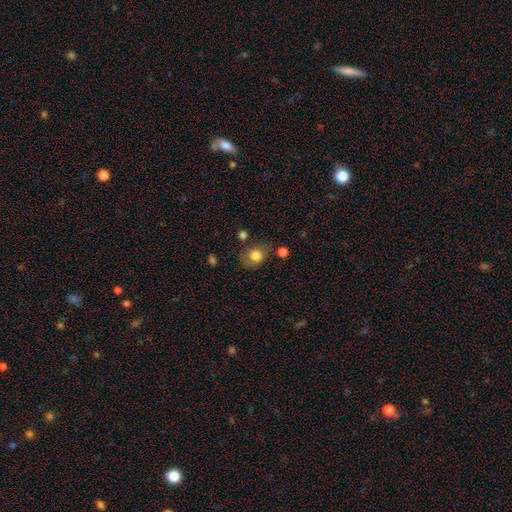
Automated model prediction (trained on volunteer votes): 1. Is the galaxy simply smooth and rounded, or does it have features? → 80% smooth, 11% featured or disk, 9% star or artifact.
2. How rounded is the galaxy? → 53% round, 46% in between, 1% cigar-shaped.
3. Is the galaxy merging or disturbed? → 66% none, 21% minor disturbance, 7% major disturbance, 6% merger.